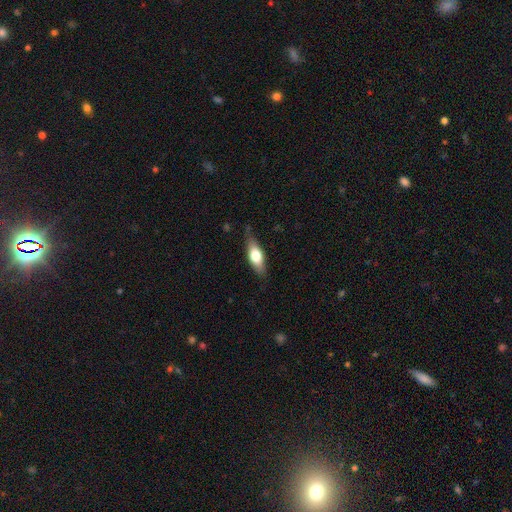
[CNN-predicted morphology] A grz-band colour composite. It shows a smooth galaxy with no disk features (60%) that is in between round and cigar-shaped (67%). Merging: none (78%).